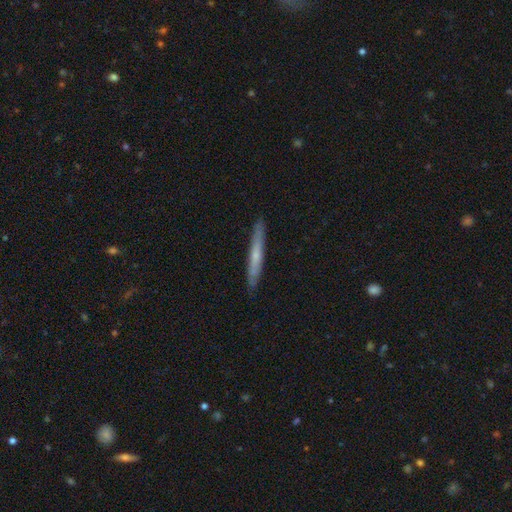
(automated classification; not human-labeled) smooth 50%, featured or disk 44%, star or artifact 6%. Down the decision tree: how rounded — cigar-shaped (96%); merging — none (89%).